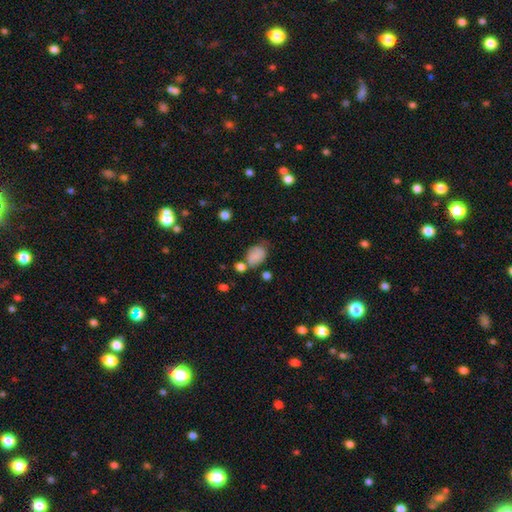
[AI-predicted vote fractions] smooth-or-featured: smooth: 77% | featured or disk: 13% | star or artifact: 10%
  how-rounded: in between: 75% | round: 24% | cigar-shaped: 1%
  merging: none: 44% | minor disturbance: 29% | merger: 15% | major disturbance: 12%